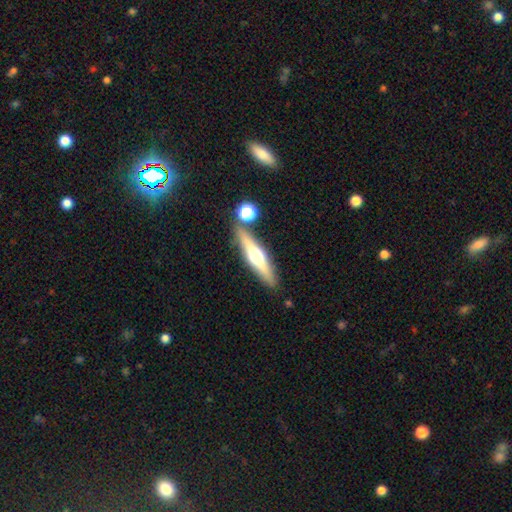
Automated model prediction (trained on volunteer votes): Smooth or featured?
  - featured or disk: 59% *
  - smooth: 34%
  - star or artifact: 7%
Edge-on disk?
  - yes: 94% *
  - no: 6%
Edge-on bulge?
  - rounded: 93% *
  - boxy: 4%
  - none: 3%
Merging?
  - none: 81% *
  - minor disturbance: 10%
  - merger: 7%
  - major disturbance: 3%